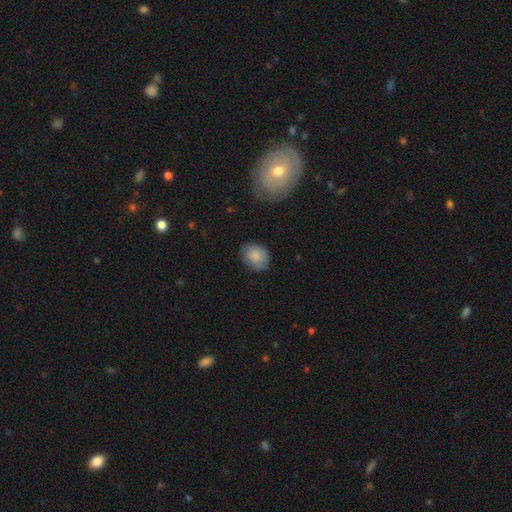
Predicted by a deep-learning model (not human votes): Morphology: type=smooth (86%); roundness=in between (55%); merging=none (81%).